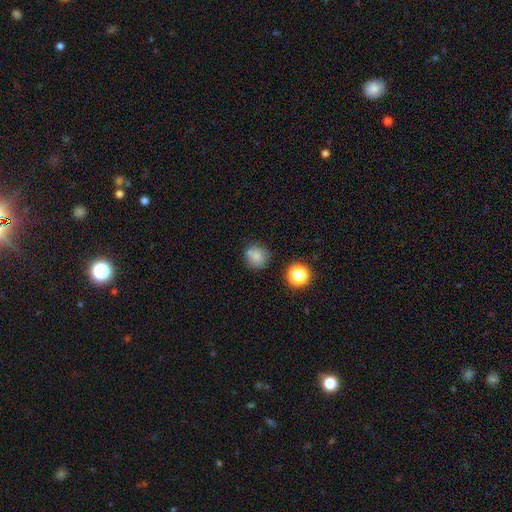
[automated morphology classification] Smooth or featured? smooth (75%)
How rounded? round (87%)
Merging? none (66%)